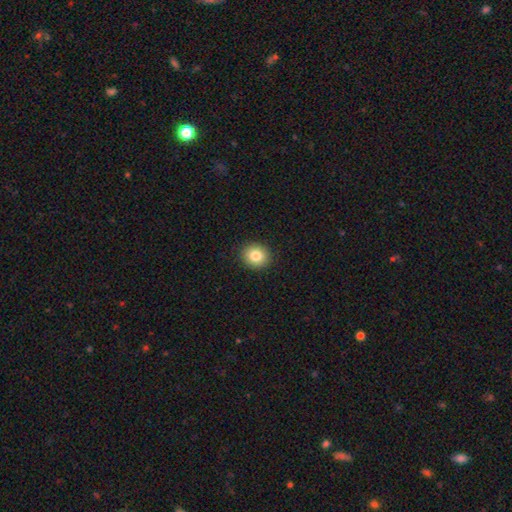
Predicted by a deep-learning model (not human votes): Smooth or featured? smooth (83%)
How rounded? round (83%)
Merging? none (92%)